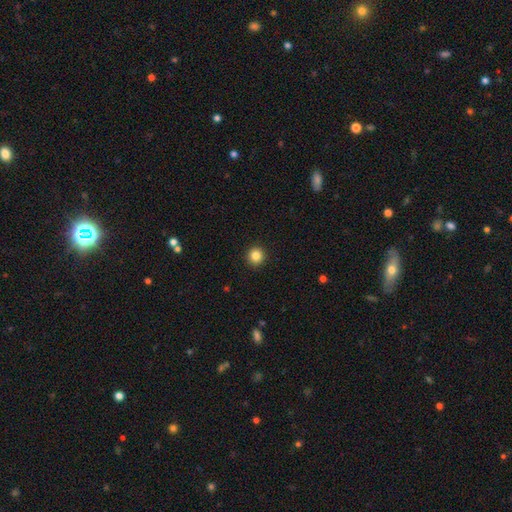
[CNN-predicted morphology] This is clearly a smooth galaxy (84%). How rounded: clearly round (94%). Merging: clearly none (93%).